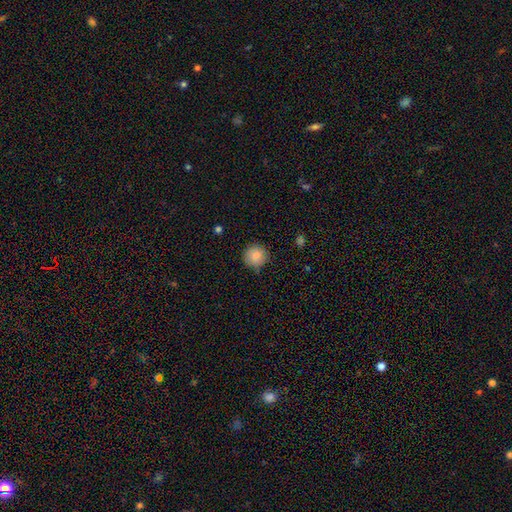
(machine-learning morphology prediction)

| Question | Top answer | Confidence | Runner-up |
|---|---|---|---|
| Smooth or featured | smooth | 87% | star or artifact (8%) |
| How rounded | round | 94% | in between (5%) |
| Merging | none | 81% | minor disturbance (15%) |